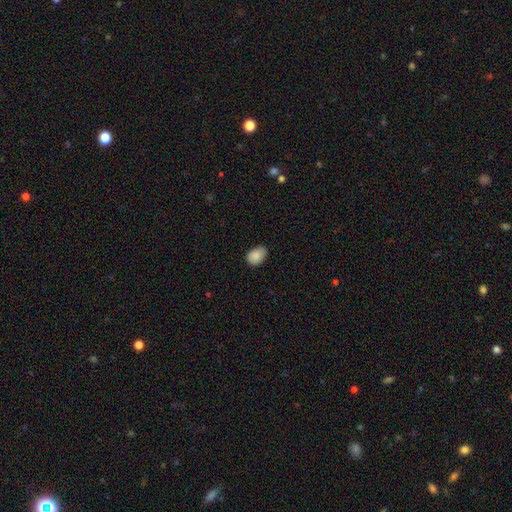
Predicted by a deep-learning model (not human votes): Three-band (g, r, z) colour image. It shows a smooth galaxy with no disk features (87%) that is in between round and cigar-shaped (77%). Merging: none (71%).